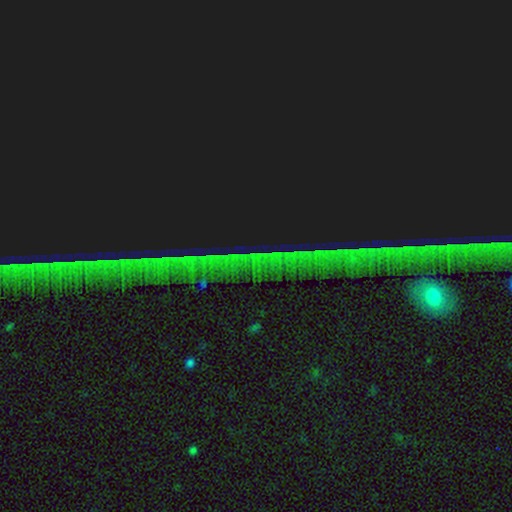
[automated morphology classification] Overall: star or artifact (84%).